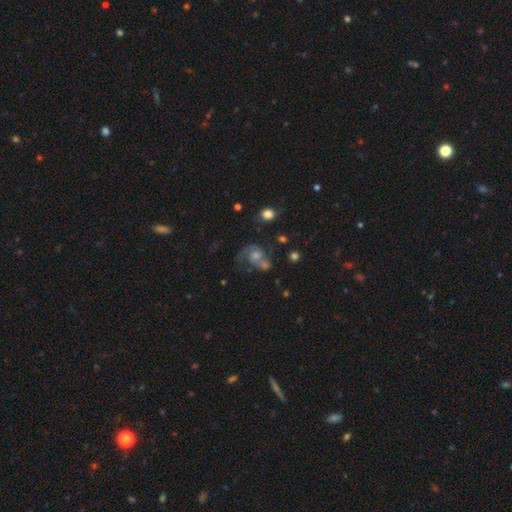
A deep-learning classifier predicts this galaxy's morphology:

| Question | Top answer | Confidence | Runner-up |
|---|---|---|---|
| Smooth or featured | featured or disk | 59% | smooth (24%) |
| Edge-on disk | no | 97% | yes (3%) |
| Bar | no | 75% | weak (21%) |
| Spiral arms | yes | 80% | no (20%) |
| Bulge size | moderate | 42% | small (33%) |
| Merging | none | 37% | merger (24%) |